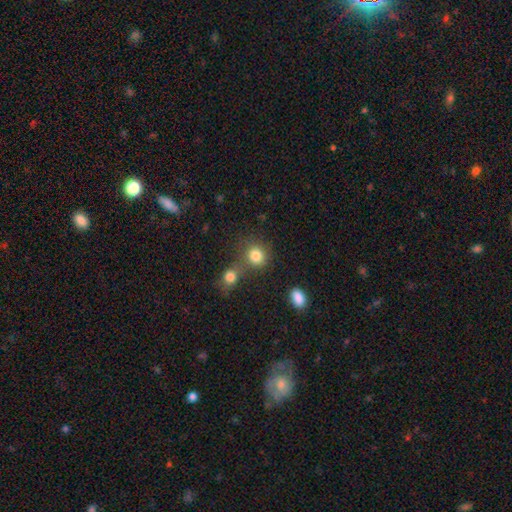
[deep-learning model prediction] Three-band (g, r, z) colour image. It shows a smooth galaxy with no disk features (82%) that is round (81%). Merging: none (54%).